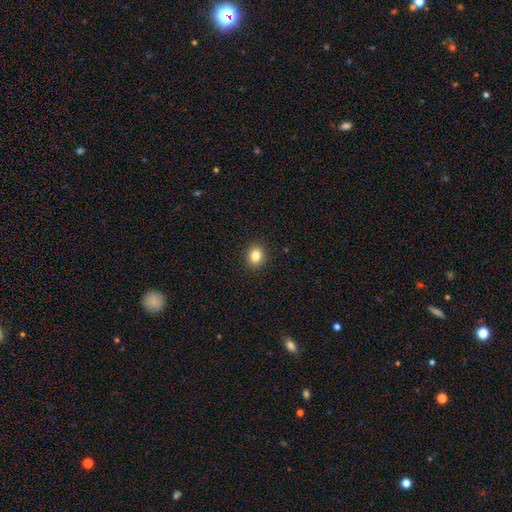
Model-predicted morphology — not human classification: A smooth galaxy with no disk features (83%) that is round (59%).

Vote fractions:
- Smooth or featured? smooth: 83% / star or artifact: 11% / featured or disk: 6%
- How rounded? round: 59% / in between: 41% / cigar-shaped: 1%
- Merging? none: 91% / minor disturbance: 6% / major disturbance: 2% / merger: 1%